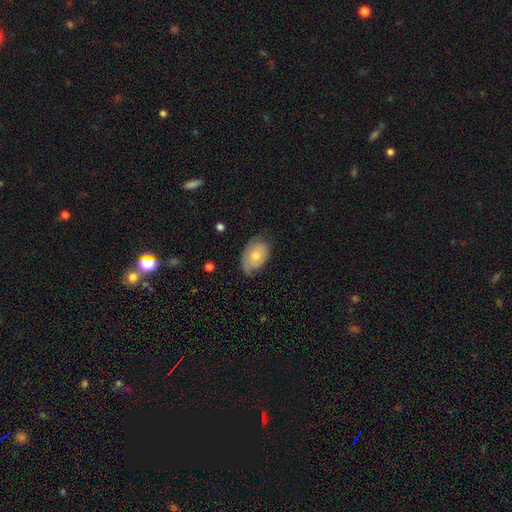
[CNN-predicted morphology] The model was most divided on "merging": none: 58%, minor disturbance: 33%, major disturbance: 8%, merger: 1%. More confident: how rounded — in between (87%); smooth or featured — smooth (64%).